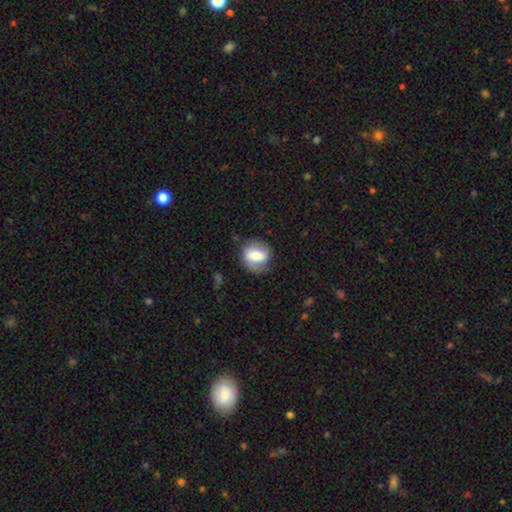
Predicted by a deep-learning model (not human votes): Q: Smooth or featured?
A: smooth (58%); runner-up: featured or disk (35%)
Q: How rounded?
A: round (57%); runner-up: in between (41%)
Q: Merging?
A: none (70%); runner-up: minor disturbance (20%)